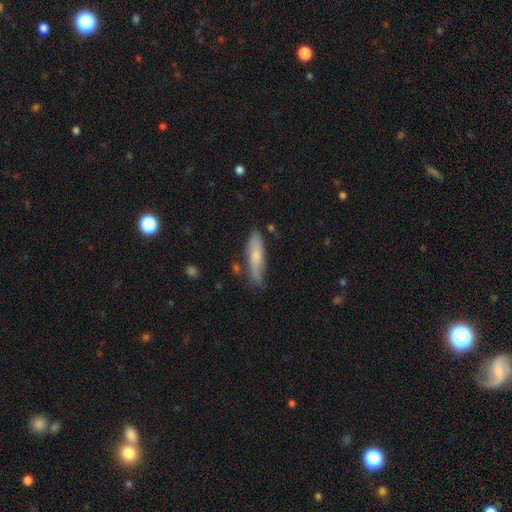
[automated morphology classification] Q: Smooth or featured?
A: smooth (65%); runner-up: featured or disk (29%)
Q: How rounded?
A: cigar-shaped (64%); runner-up: in between (34%)
Q: Merging?
A: none (72%); runner-up: minor disturbance (21%)